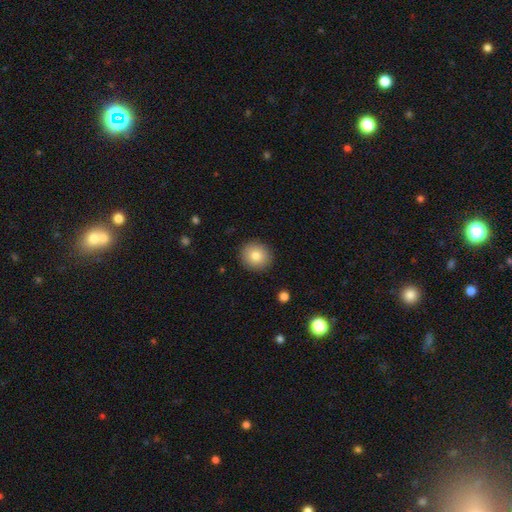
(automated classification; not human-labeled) smooth 82%, featured or disk 9%, star or artifact 9%. Down the decision tree: how rounded — round (86%); merging — none (90%).